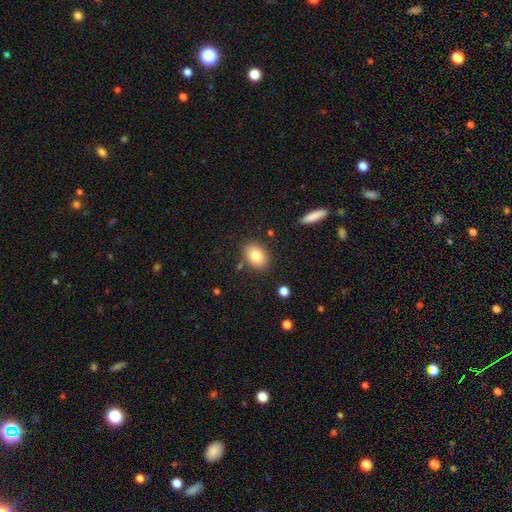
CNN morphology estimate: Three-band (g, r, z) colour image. It shows a smooth galaxy with no disk features (82%) that is in between round and cigar-shaped (74%). Merging: none (84%).